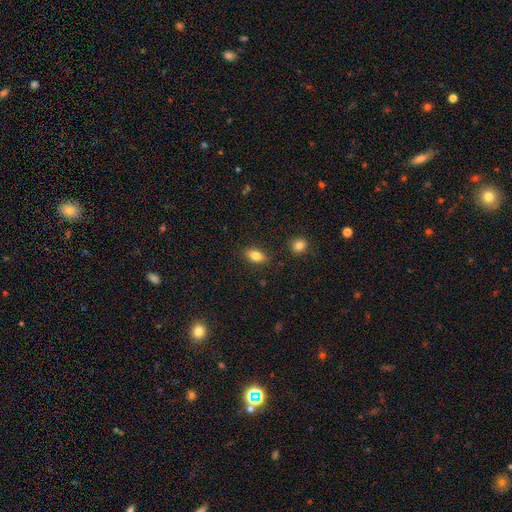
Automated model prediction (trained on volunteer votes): Smooth or featured? smooth (79%)
How rounded? in between (85%)
Merging? none (86%)